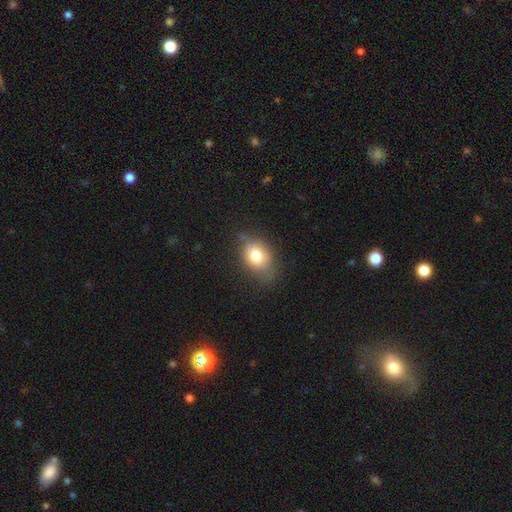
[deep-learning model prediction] Smooth or featured? smooth (77%)
How rounded? in between (65%)
Merging? none (64%)